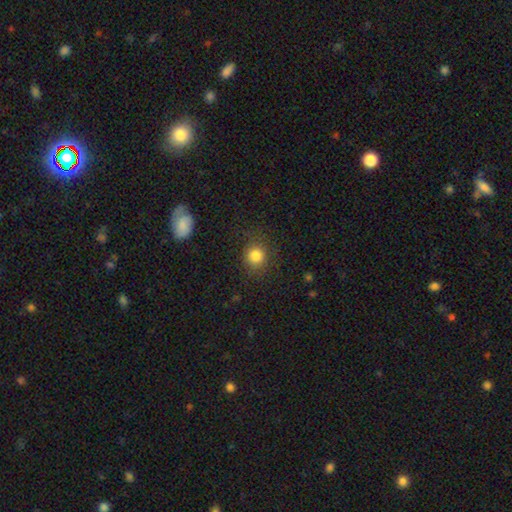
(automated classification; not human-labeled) Overall: smooth (83%). How rounded: round (86%). Merging: none (83%).